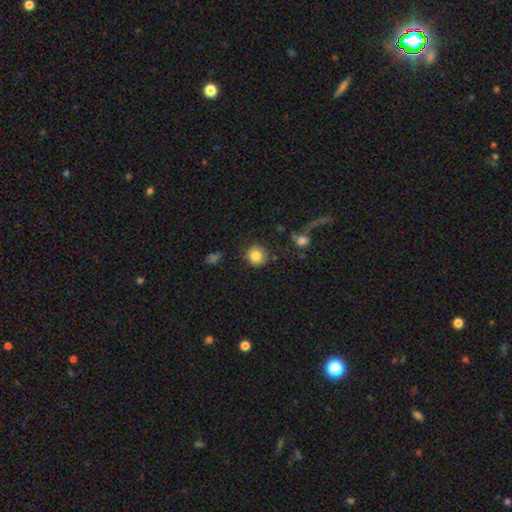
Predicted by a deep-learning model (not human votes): Overall: smooth (84%). How rounded: round (92%). Merging: none (83%).